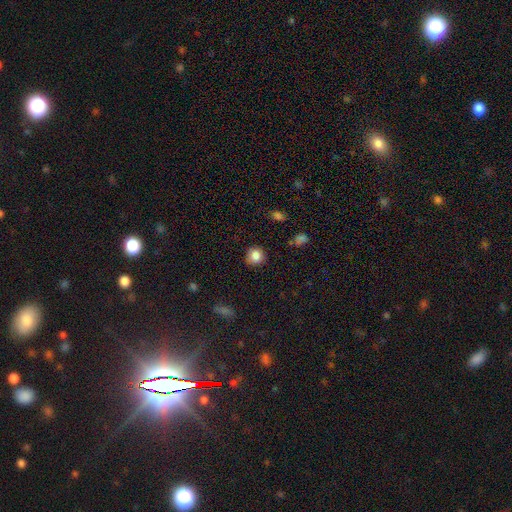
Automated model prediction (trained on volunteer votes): This is clearly a smooth galaxy (85%). How rounded: clearly round (89%). Merging: clearly none (86%).